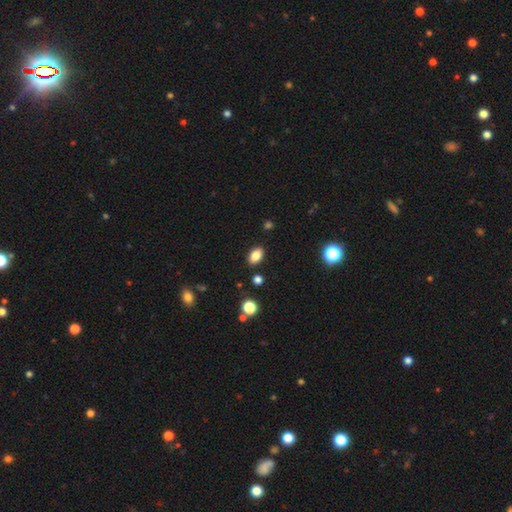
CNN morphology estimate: A smooth galaxy with no disk features (84%) that is in between round and cigar-shaped (89%).

Vote fractions:
- Smooth or featured? smooth: 84% / star or artifact: 10% / featured or disk: 6%
- How rounded? in between: 89% / round: 9% / cigar-shaped: 2%
- Merging? none: 86% / minor disturbance: 9% / major disturbance: 2% / merger: 2%